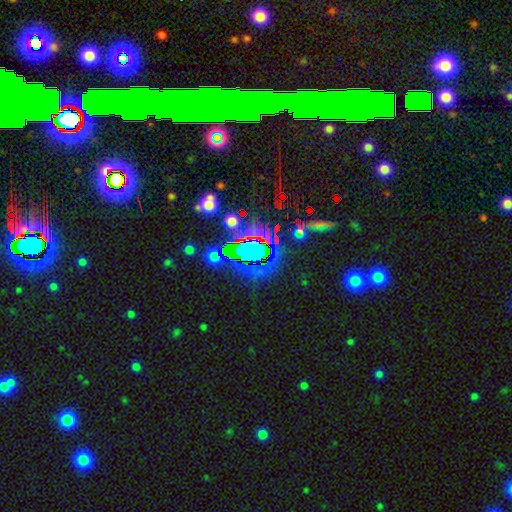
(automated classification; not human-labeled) The model was most divided on "smooth or featured": star or artifact: 70%, smooth: 19%, featured or disk: 11%.